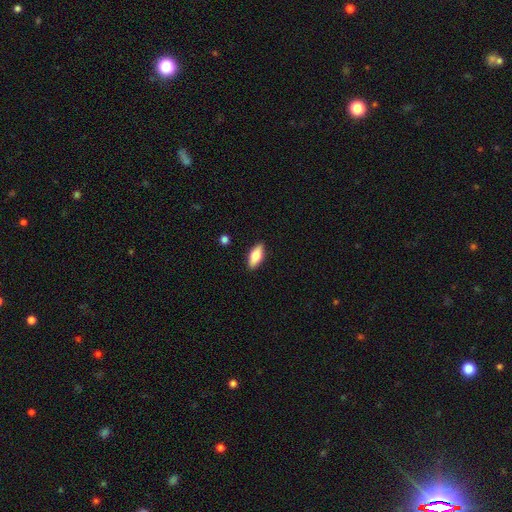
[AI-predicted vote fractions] smooth 70%, featured or disk 23%, star or artifact 6%. Down the decision tree: how rounded — in between (79%); merging — none (89%).